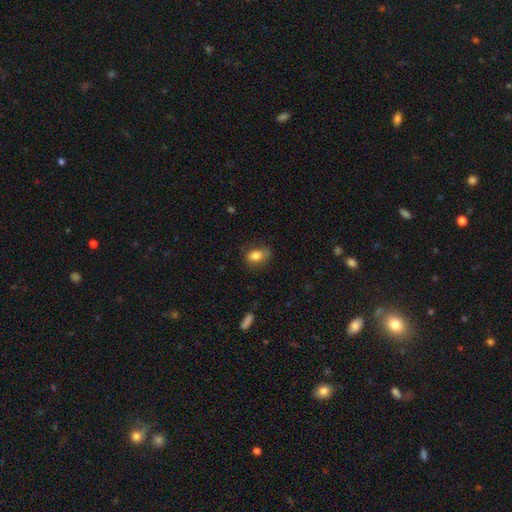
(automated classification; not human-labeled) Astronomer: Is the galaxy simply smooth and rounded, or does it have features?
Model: smooth — 80%.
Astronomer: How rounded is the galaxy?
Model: in between — 75%.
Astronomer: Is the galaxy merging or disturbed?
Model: none — 63%.